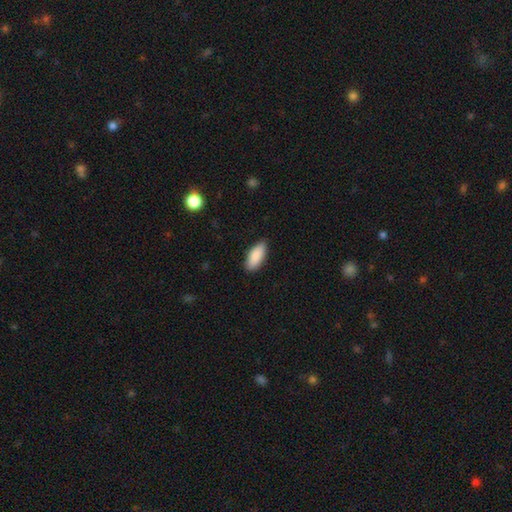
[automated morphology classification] Overall: smooth (89%). How rounded: in between (82%). Merging: none (86%).